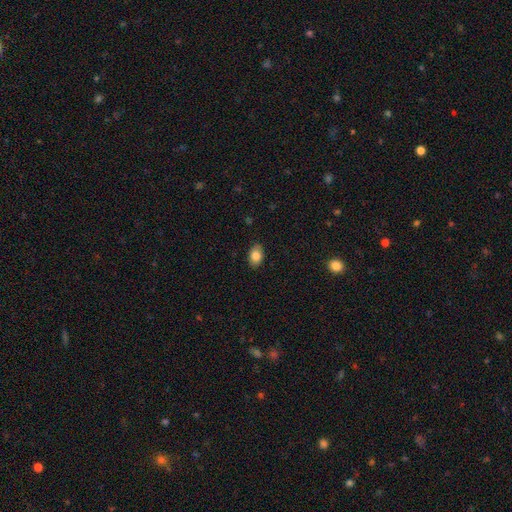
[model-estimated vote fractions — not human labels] smooth_or_featured: smooth (p=0.85) [alt: star or artifact p=0.08]
how_rounded: in between (p=0.85) [alt: round p=0.14]
merging: none (p=0.84) [alt: minor disturbance p=0.13]